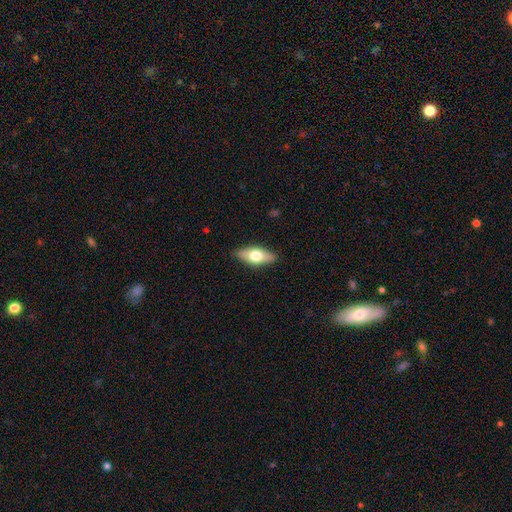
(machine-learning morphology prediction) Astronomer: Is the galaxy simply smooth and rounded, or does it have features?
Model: smooth — 58% (runner-up: featured or disk, 36%).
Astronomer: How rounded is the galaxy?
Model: in between — 77%.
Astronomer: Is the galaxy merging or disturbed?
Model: none — 87%.